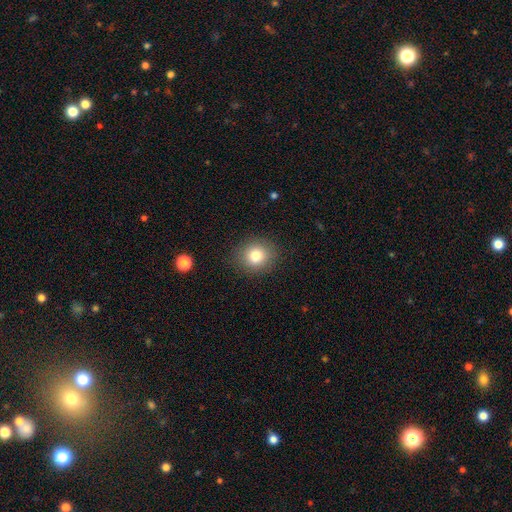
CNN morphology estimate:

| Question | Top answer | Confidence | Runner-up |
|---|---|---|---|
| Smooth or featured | smooth | 81% | star or artifact (11%) |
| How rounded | round | 82% | in between (17%) |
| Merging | none | 88% | minor disturbance (8%) |